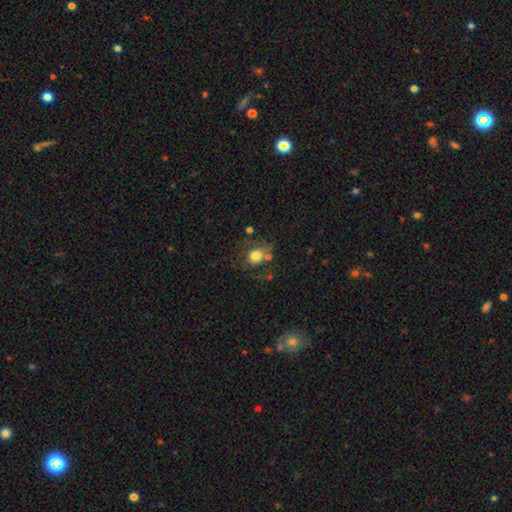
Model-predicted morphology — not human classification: smooth_or_featured: smooth (p=0.73) [alt: featured or disk p=0.17]
how_rounded: round (p=0.67) [alt: in between p=0.32]
merging: none (p=0.53) [alt: minor disturbance p=0.21]